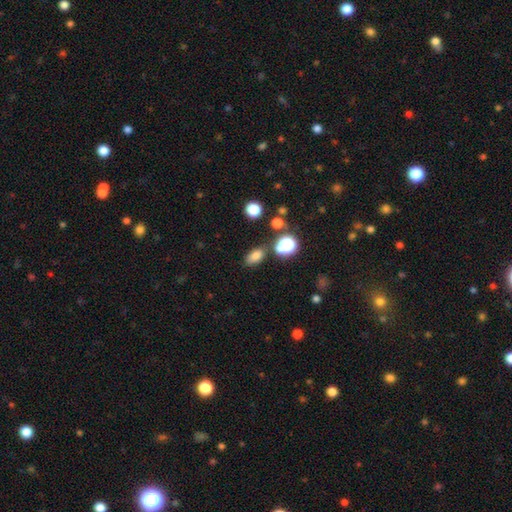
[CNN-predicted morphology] smooth-or-featured: smooth: 75% | star or artifact: 17% | featured or disk: 7%
  how-rounded: in between: 83% | round: 14% | cigar-shaped: 3%
  merging: none: 78% | minor disturbance: 12% | merger: 7% | major disturbance: 4%